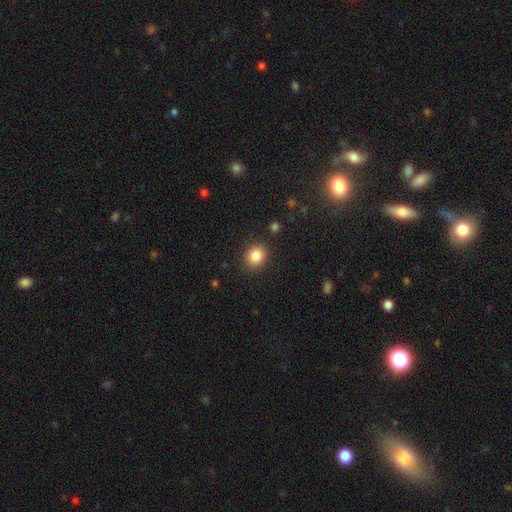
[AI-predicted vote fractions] Overall: smooth (85%). How rounded: round (66%; in between 33%). Merging: none (88%).